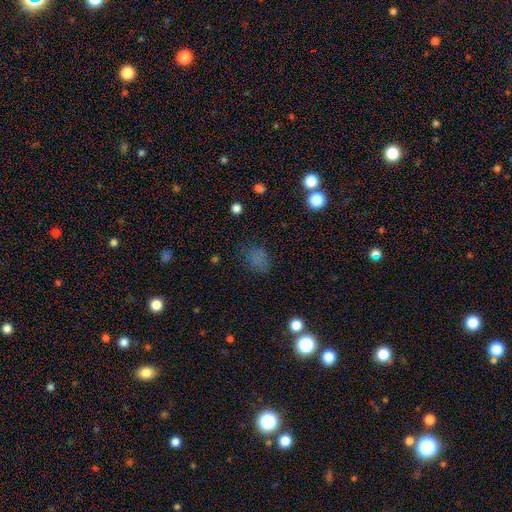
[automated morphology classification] Q: Smooth or featured?
A: smooth (69%); runner-up: star or artifact (23%)
Q: How rounded?
A: in between (58%); runner-up: round (40%)
Q: Merging?
A: none (71%); runner-up: minor disturbance (17%)